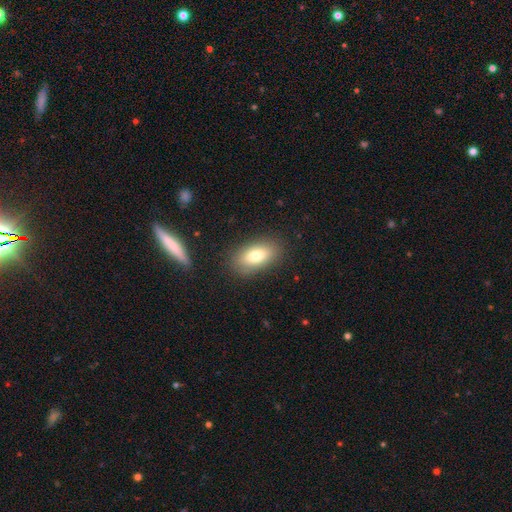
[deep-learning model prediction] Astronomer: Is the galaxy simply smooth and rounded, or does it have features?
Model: smooth — 77%.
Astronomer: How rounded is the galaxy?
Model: in between — 88%.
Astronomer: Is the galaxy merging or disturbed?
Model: none — 86%.